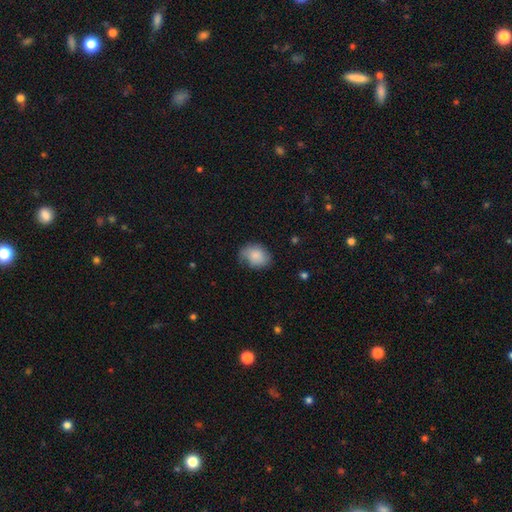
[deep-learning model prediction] This is clearly a smooth galaxy (82%). How rounded: possibly in between (56%). Merging: possibly none (57%).